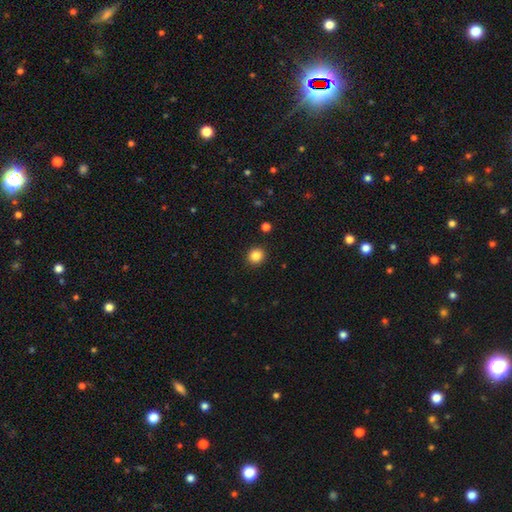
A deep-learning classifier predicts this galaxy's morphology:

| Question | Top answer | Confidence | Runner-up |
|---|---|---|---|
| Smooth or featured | smooth | 85% | star or artifact (11%) |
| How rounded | round | 90% | in between (9%) |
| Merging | none | 92% | minor disturbance (5%) |